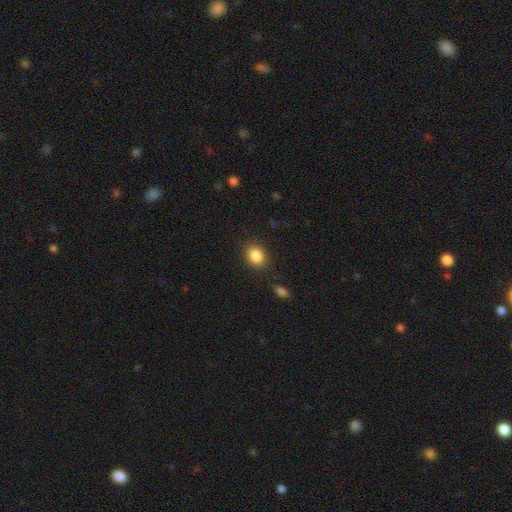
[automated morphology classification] smooth-or-featured: smooth: 86% | star or artifact: 9% | featured or disk: 5%
  how-rounded: round: 50% | in between: 49% | cigar-shaped: 1%
  merging: none: 86% | minor disturbance: 10% | major disturbance: 3% | merger: 2%